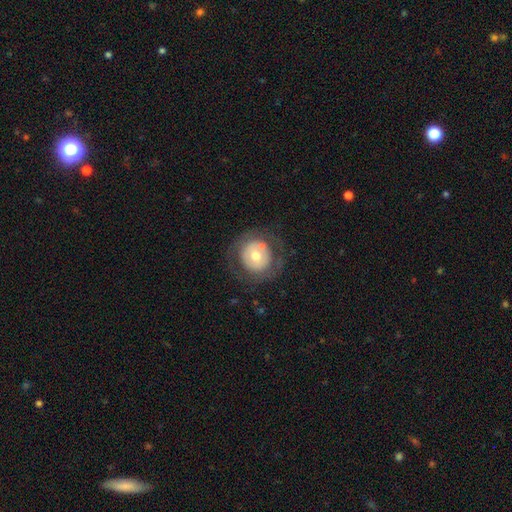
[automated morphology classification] Smooth or featured? smooth (47%)
Merging? none (71%)